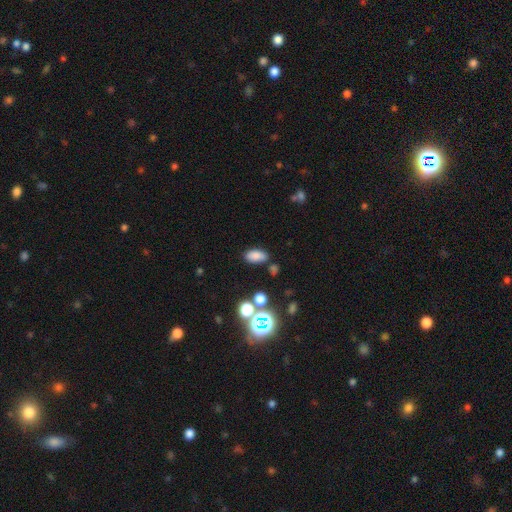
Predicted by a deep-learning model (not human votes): Smooth or featured? Predicted: smooth (p=0.78). How rounded? Predicted: in between (p=0.90). Merging? Predicted: none (p=0.79).